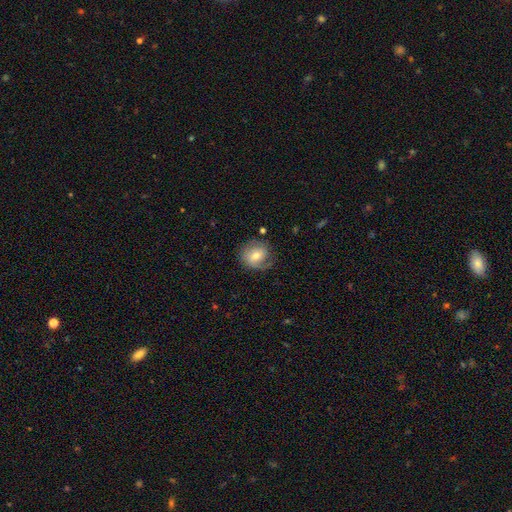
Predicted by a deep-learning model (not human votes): Overall: featured or disk (48%; smooth 44%). Merging: none (64%).